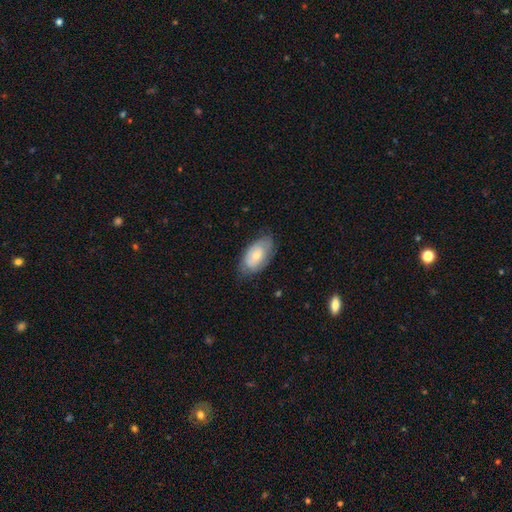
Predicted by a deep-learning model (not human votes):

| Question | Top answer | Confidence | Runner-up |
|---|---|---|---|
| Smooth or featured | smooth | 58% | featured or disk (35%) |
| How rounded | in between | 93% | round (5%) |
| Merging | none | 64% | minor disturbance (27%) |